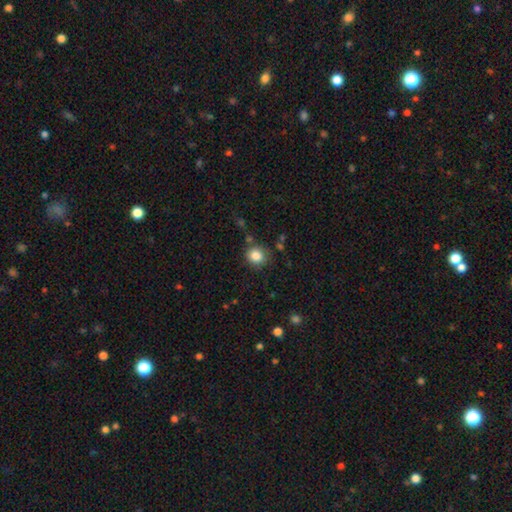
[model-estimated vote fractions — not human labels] smooth 84%, star or artifact 10%, featured or disk 6%. Down the decision tree: how rounded — round (86%); merging — none (81%).